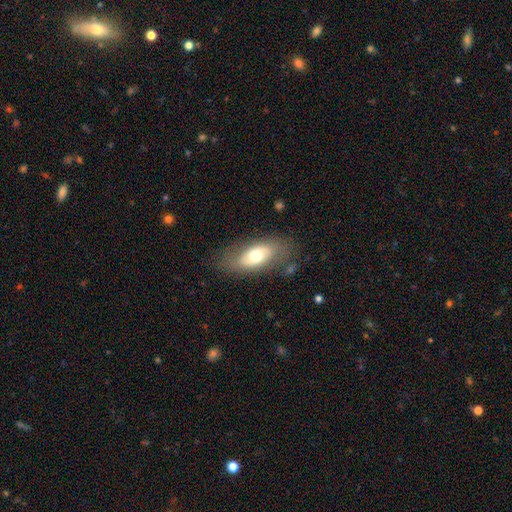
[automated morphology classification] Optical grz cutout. It shows a smooth galaxy with no disk features (57%) that is in between round and cigar-shaped (87%). Merging: none (74%).